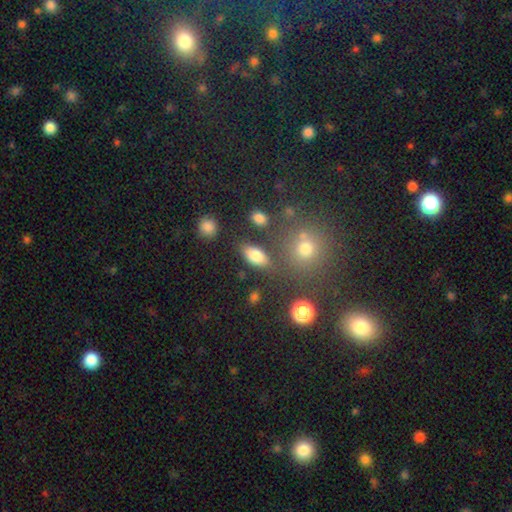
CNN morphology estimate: type=smooth (78%); roundness=in between (87%); merging=none (75%).